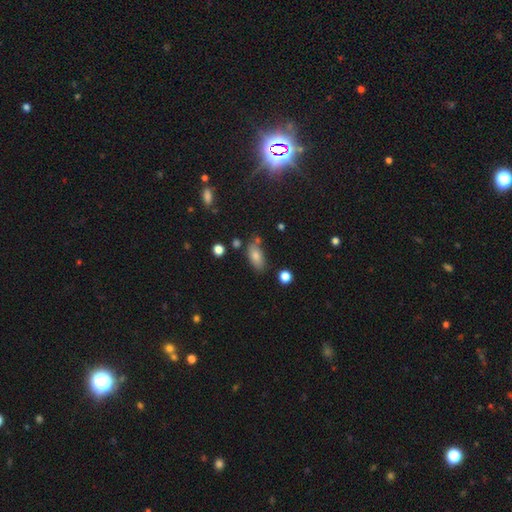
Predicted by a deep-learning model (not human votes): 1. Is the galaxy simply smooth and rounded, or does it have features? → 80% smooth, 11% featured or disk, 9% star or artifact.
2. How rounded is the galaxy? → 87% in between, 9% cigar-shaped, 5% round.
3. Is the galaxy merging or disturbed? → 66% none, 21% minor disturbance, 8% merger, 6% major disturbance.